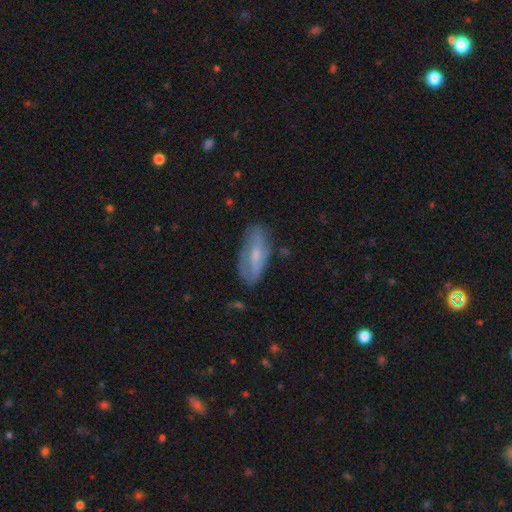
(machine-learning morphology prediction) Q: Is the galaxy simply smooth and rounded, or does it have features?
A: featured or disk — 58%.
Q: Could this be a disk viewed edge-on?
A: no — 83%.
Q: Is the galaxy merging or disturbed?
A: none — 70%.